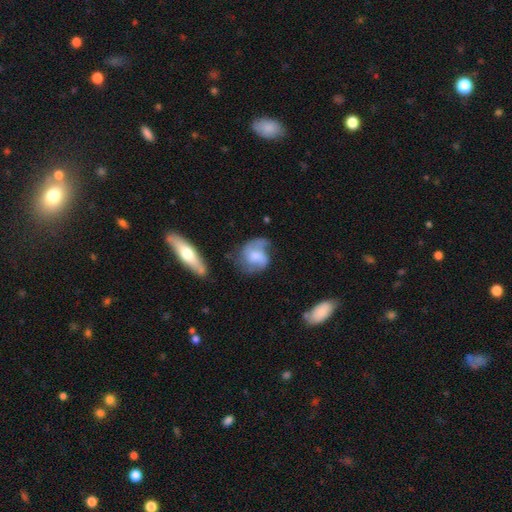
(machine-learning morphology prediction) This is possibly a featured or disk galaxy (57%). It is clearly not viewed edge-on (96%). Bar: likely no (61%). Spiral arm pattern: clearly yes (83%). Central bulge: marginally moderate (31%). Merging: marginally none (44%).